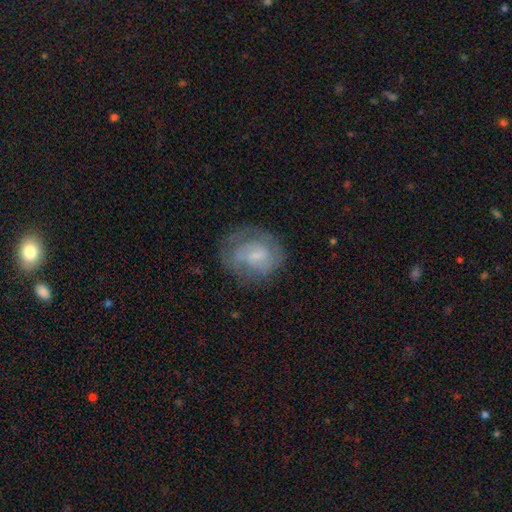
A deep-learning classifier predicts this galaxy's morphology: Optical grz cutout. It shows a featured or disk galaxy (49%). Merging: none (60%).